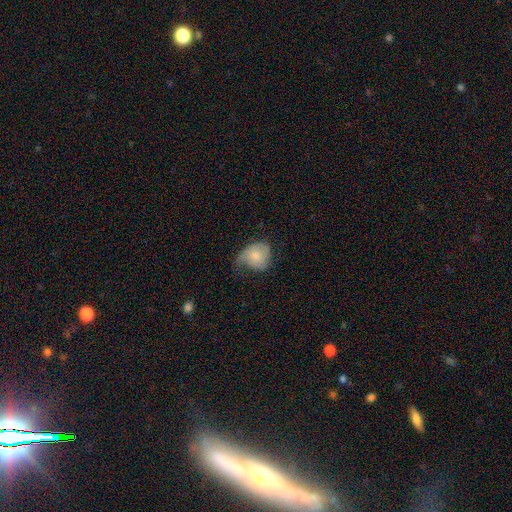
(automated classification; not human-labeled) This is likely a smooth galaxy (67%). How rounded: likely round (62%). Merging: marginally minor disturbance (44%).